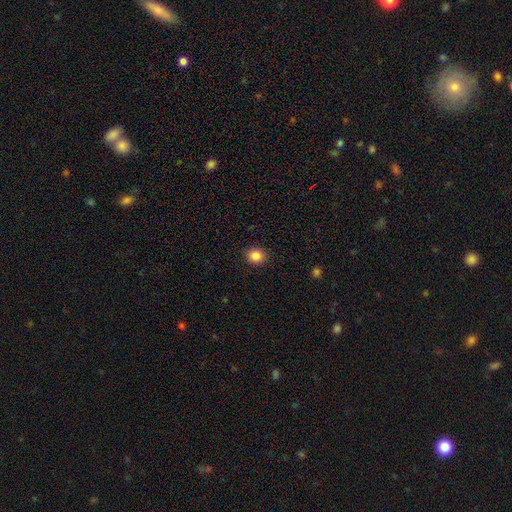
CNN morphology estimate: The model was most divided on "how rounded": round: 78%, in between: 22%, cigar-shaped: 1%. More confident: merging — none (91%); smooth or featured — smooth (86%).